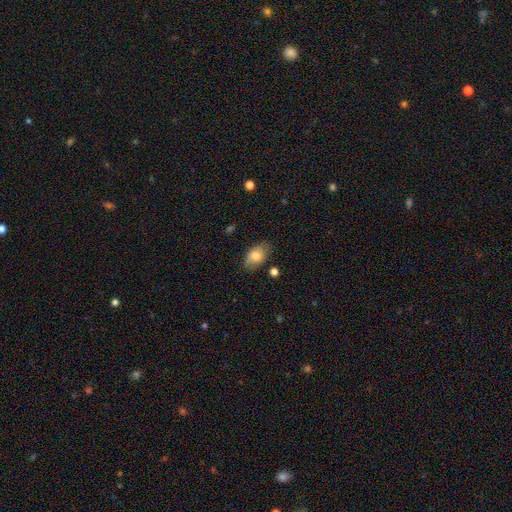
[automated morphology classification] Smooth or featured? smooth (73%)
How rounded? in between (87%)
Merging? none (73%)